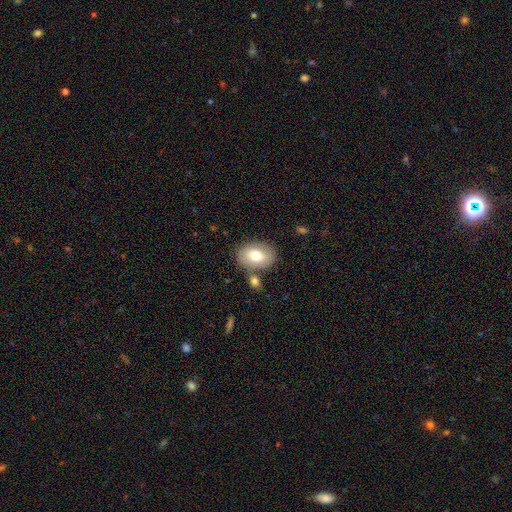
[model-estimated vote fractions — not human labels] smooth-or-featured: smooth: 74% | featured or disk: 19% | star or artifact: 7%
  how-rounded: in between: 78% | round: 20% | cigar-shaped: 1%
  merging: none: 73% | minor disturbance: 13% | merger: 11% | major disturbance: 4%